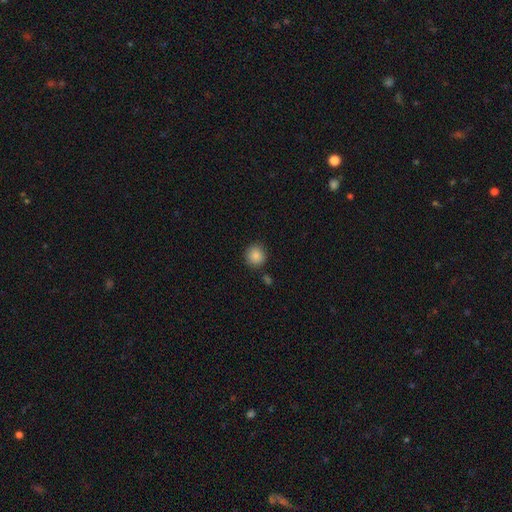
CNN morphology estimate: Smooth or featured? Predicted: smooth (p=0.87). How rounded? Predicted: round (p=0.90). Merging? Predicted: none (p=0.86).